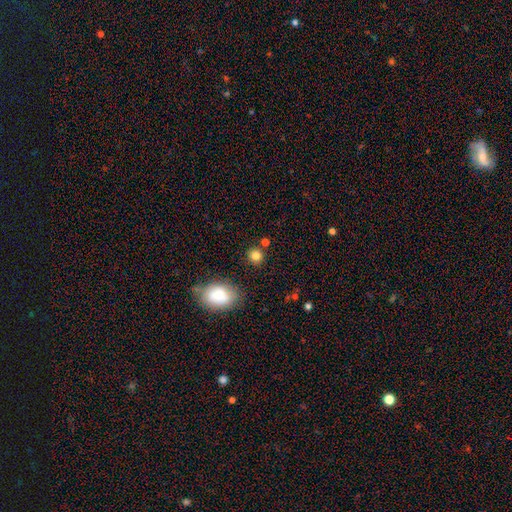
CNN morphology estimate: Smooth or featured: smooth — 83% (star or artifact — 11%)
How rounded: round — 87% (in between — 12%)
Merging: none — 84% (minor disturbance — 8%)